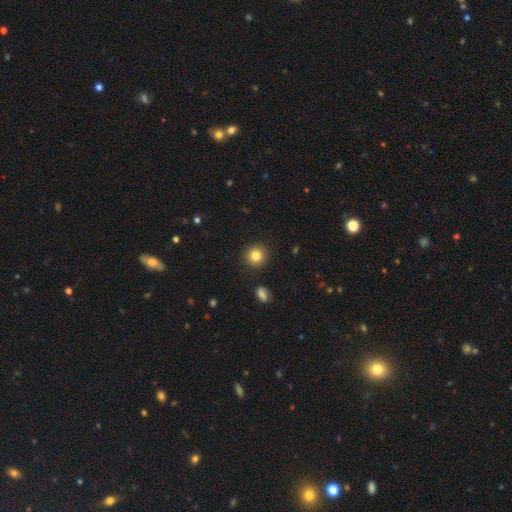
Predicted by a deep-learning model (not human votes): A smooth galaxy with no disk features (83%) that is round (92%). Merging: none (91%).